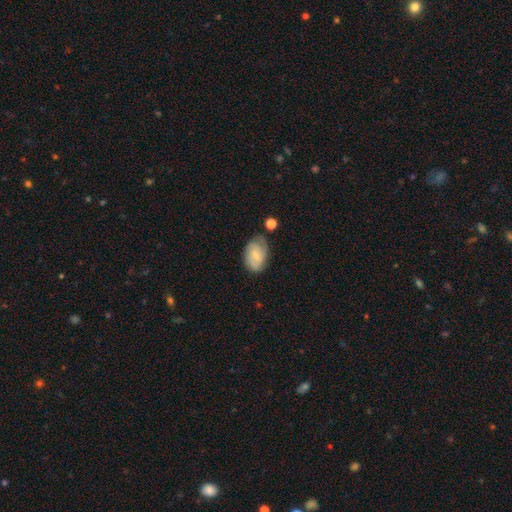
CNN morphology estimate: featured or disk 49%, smooth 44%, star or artifact 8%. Down the decision tree: merging — none (65%).